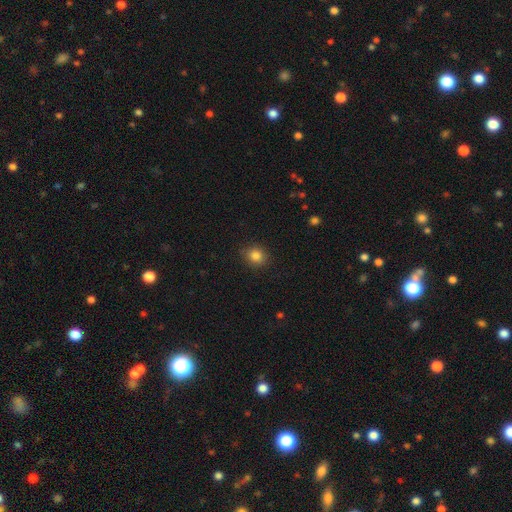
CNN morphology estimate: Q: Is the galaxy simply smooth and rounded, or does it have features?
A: smooth — 83%.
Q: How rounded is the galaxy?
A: round — 74%.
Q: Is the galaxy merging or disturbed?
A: none — 86%.